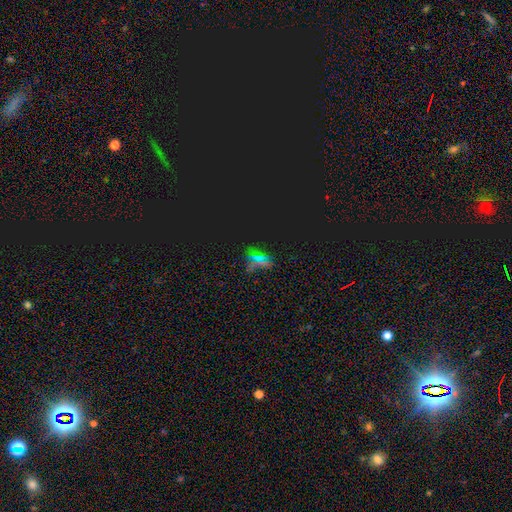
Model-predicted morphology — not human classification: Smooth or featured? star or artifact (72%)